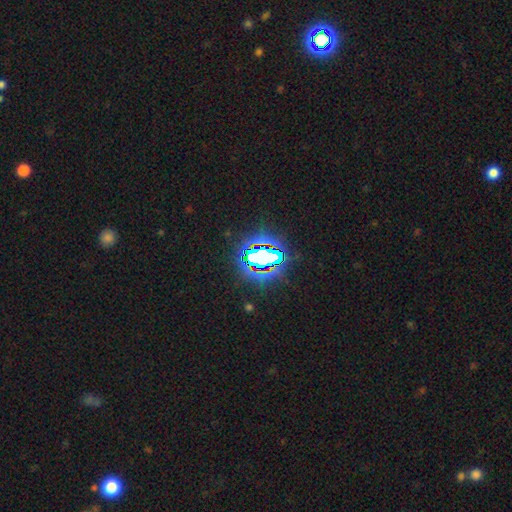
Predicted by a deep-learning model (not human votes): star or artifact 68%, smooth 18%, featured or disk 13%.